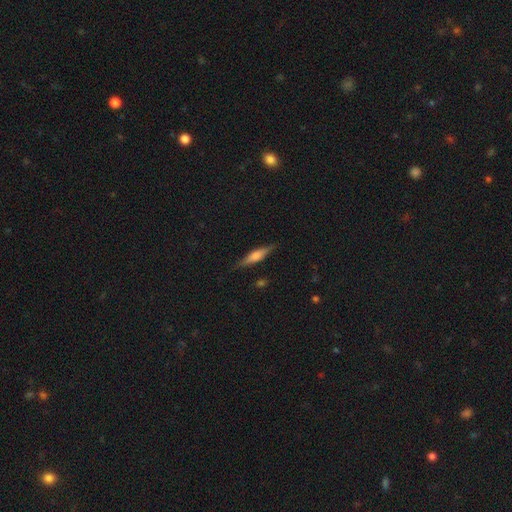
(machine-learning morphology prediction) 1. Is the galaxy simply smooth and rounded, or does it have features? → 56% featured or disk, 37% smooth, 7% star or artifact.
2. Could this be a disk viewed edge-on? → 95% yes, 5% no.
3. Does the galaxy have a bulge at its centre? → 74% rounded, 19% boxy, 7% none.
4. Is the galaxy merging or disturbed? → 85% none, 11% minor disturbance, 2% major disturbance, 1% merger.